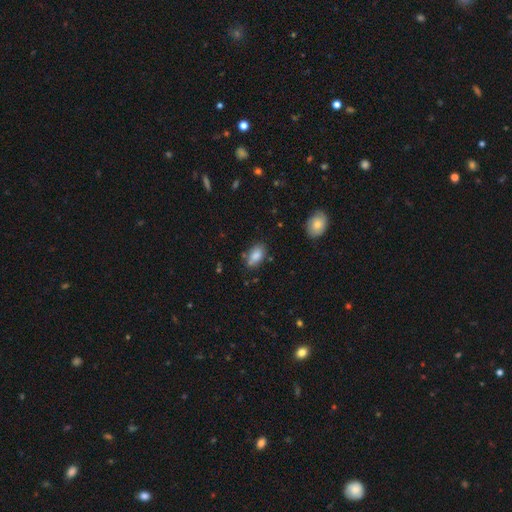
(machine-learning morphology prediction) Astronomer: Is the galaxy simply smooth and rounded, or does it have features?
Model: smooth — 84%.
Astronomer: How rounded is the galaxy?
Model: in between — 91%.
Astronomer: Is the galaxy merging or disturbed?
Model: none — 72%.